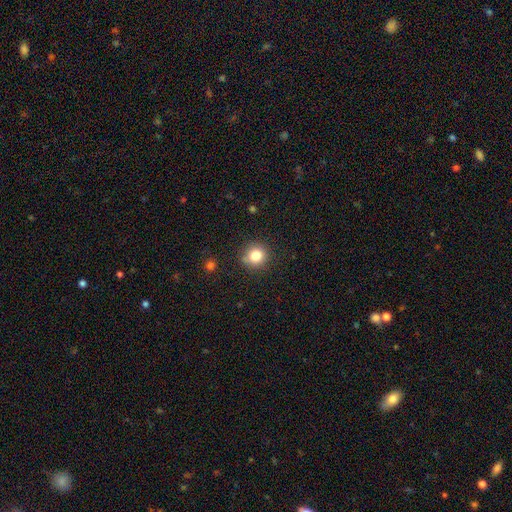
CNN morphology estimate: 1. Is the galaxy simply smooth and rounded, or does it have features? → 81% smooth, 12% star or artifact, 7% featured or disk.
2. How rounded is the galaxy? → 89% round, 10% in between, 1% cigar-shaped.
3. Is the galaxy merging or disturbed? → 82% none, 12% minor disturbance, 3% major disturbance, 3% merger.